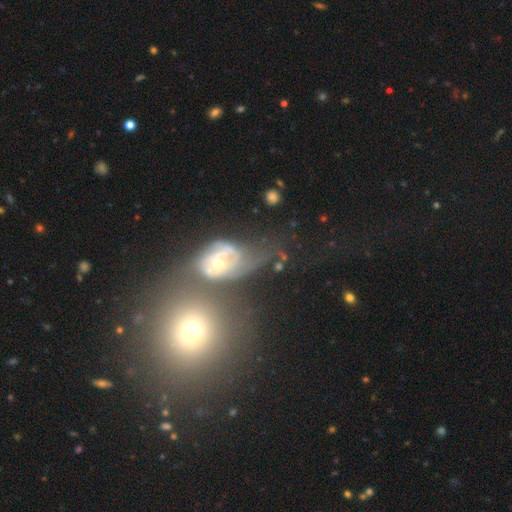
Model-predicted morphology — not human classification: A featured or disk galaxy (60%) with no bar (70%), spiral arms (65%) and a moderate central bulge (52%). Merging: merger (31%).